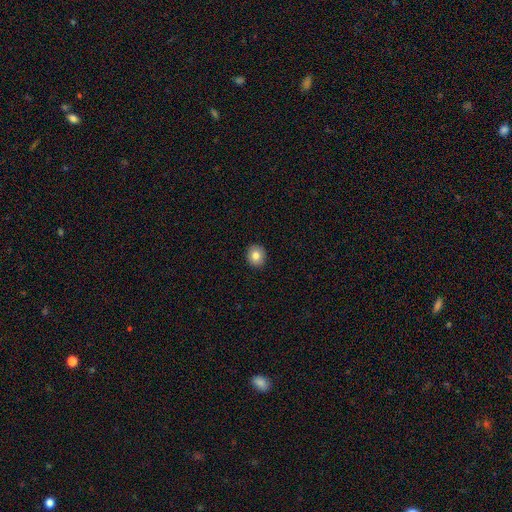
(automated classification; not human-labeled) Overall: smooth (83%). How rounded: round (82%). Merging: none (92%).